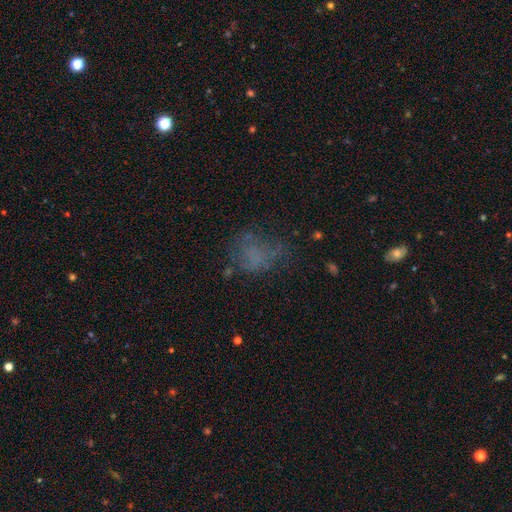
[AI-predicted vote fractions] Morphology: type=smooth (48%); merging=none (45%).